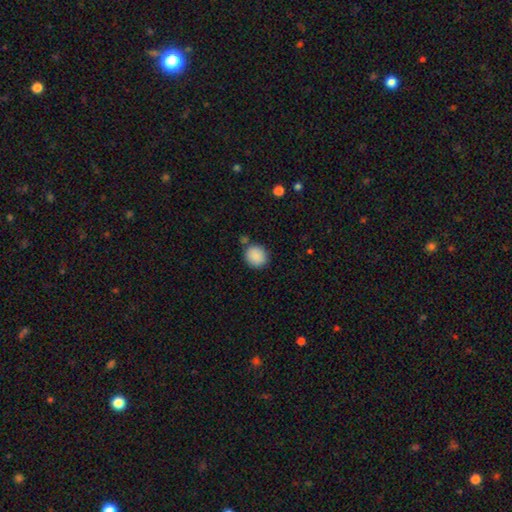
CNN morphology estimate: Smooth or featured? smooth (88%)
How rounded? round (81%)
Merging? none (79%)